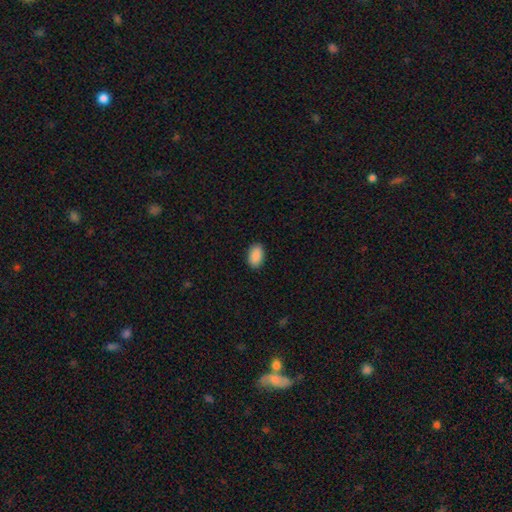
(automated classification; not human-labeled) A smooth galaxy with no disk features (90%) that is in between round and cigar-shaped (92%). Merging: none (90%).